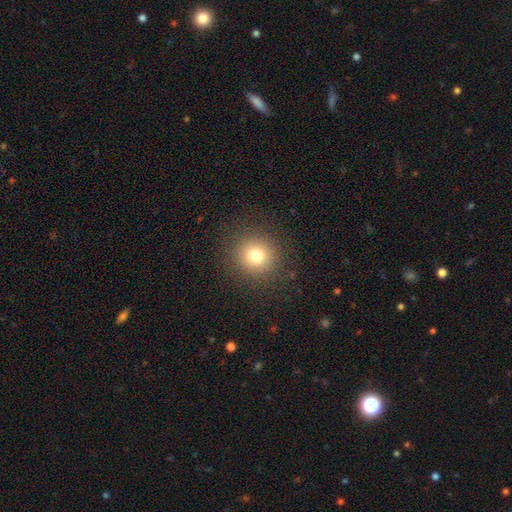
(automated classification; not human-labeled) smooth 77%, star or artifact 14%, featured or disk 8%. Down the decision tree: how rounded — round (93%); merging — none (90%).